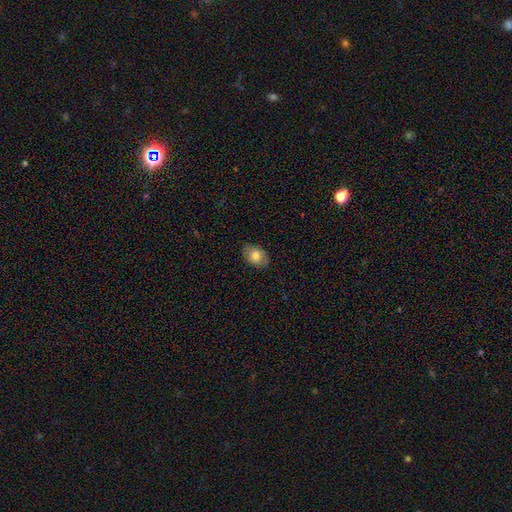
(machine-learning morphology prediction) A smooth galaxy with no disk features (75%) that is in between round and cigar-shaped (82%). Merging: none (84%).